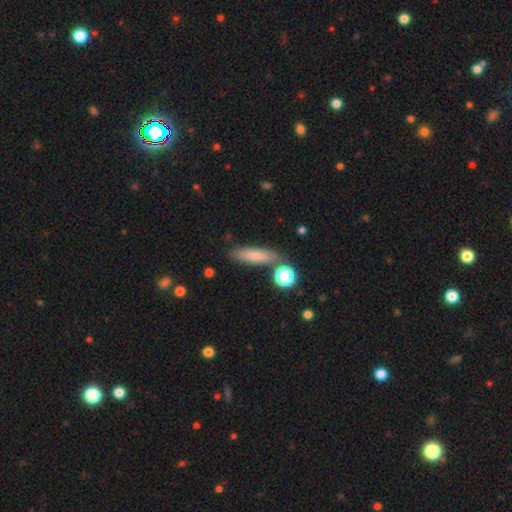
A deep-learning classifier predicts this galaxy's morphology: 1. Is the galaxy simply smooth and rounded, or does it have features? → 79% smooth, 13% featured or disk, 8% star or artifact.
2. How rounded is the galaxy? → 67% cigar-shaped, 30% in between, 3% round.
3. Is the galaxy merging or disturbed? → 77% none, 12% minor disturbance, 7% merger, 3% major disturbance.